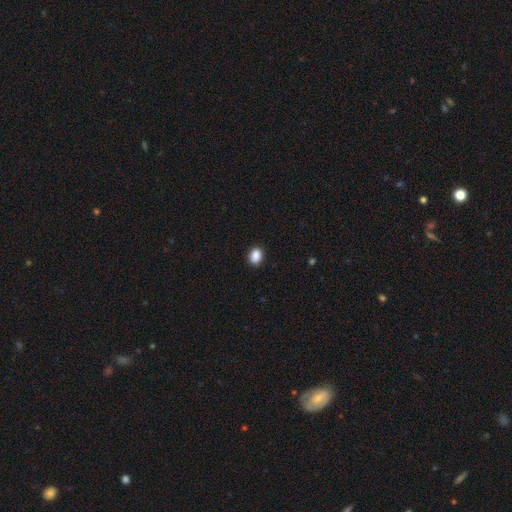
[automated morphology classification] A smooth galaxy with no disk features (89%) that is in between round and cigar-shaped (64%). Merging: none (89%).